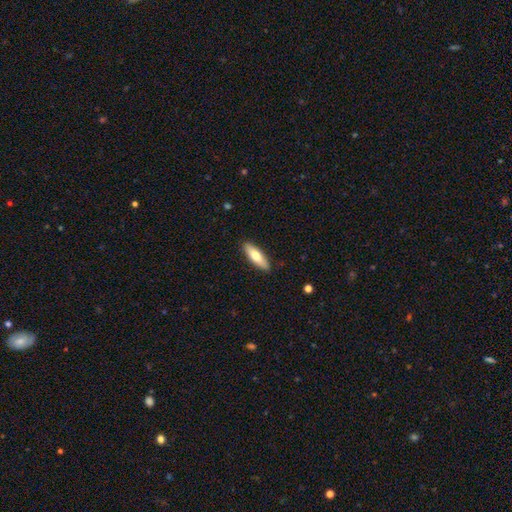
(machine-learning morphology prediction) smooth_or_featured: smooth (p=0.71) [alt: featured or disk p=0.24]
how_rounded: in between (p=0.51) [alt: cigar-shaped p=0.47]
merging: none (p=0.89) [alt: minor disturbance p=0.08]